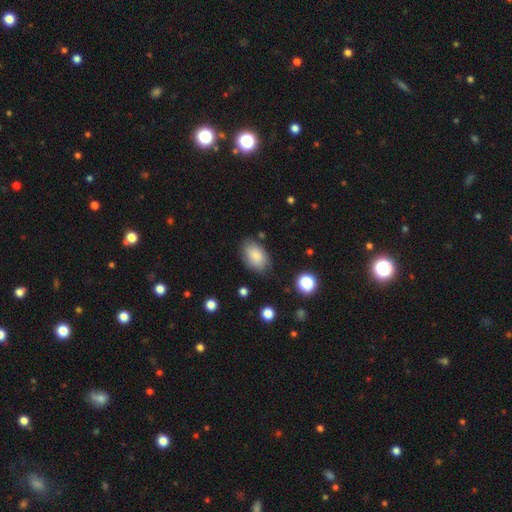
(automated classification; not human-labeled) Morphology: type=smooth (80%); roundness=in between (89%); merging=none (77%).